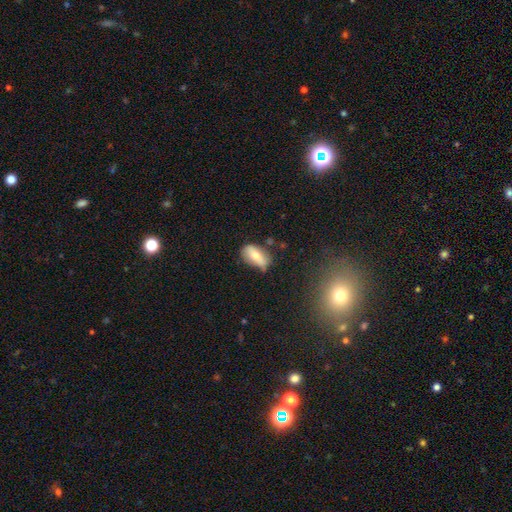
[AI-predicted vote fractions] Q: Smooth or featured?
A: smooth (65%); runner-up: featured or disk (27%)
Q: How rounded?
A: in between (86%); runner-up: cigar-shaped (8%)
Q: Merging?
A: none (58%); runner-up: minor disturbance (29%)